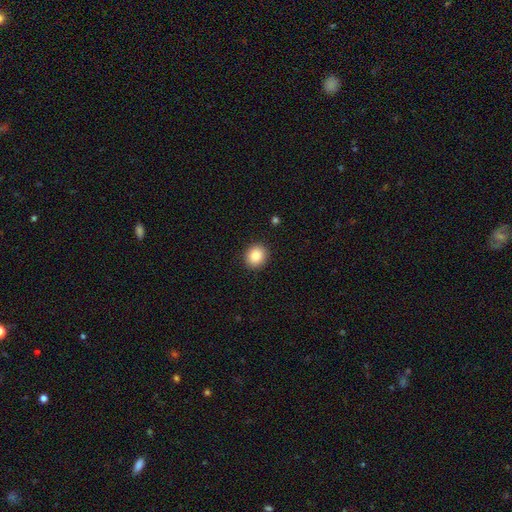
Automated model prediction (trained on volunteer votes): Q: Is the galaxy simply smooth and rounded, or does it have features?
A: smooth — 87%.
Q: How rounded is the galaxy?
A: round — 78%.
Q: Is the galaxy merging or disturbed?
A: none — 90%.